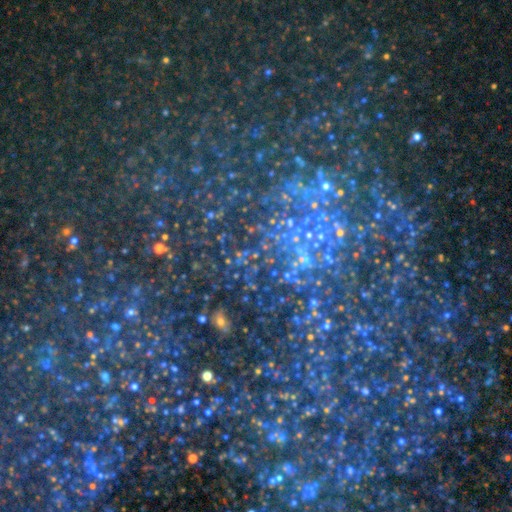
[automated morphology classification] A star or artifact, not a galaxy (82%).